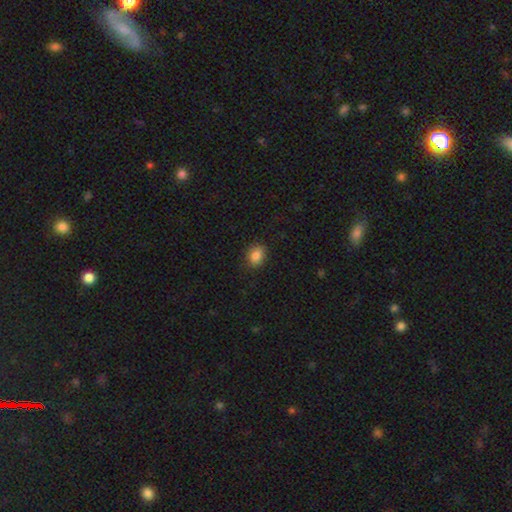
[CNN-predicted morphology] smooth 85%, star or artifact 10%, featured or disk 5%. Down the decision tree: how rounded — in between (59%); merging — none (84%).